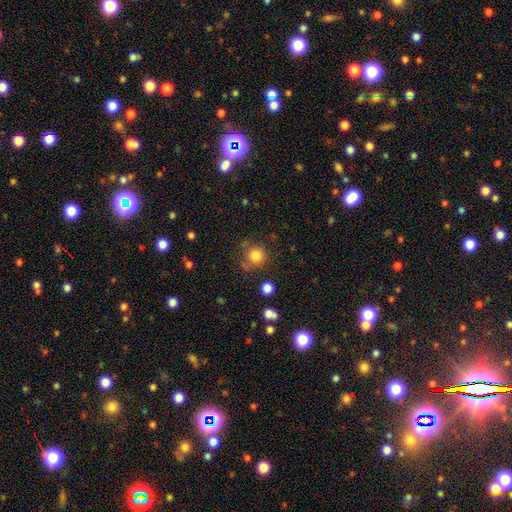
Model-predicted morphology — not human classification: Smooth or featured: smooth — 81% (star or artifact — 12%)
How rounded: round — 91% (in between — 8%)
Merging: none — 71% (minor disturbance — 16%)